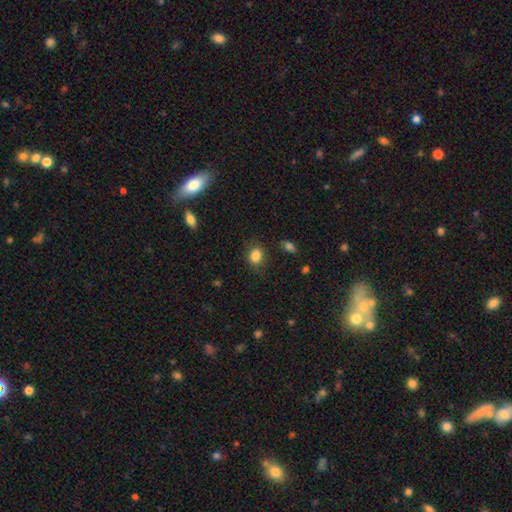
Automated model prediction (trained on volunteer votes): A smooth galaxy with no disk features (85%) that is in between round and cigar-shaped (56%).

Vote fractions:
- Smooth or featured? smooth: 85% / star or artifact: 10% / featured or disk: 5%
- How rounded? in between: 56% / round: 43% / cigar-shaped: 1%
- Merging? none: 78% / minor disturbance: 15% / major disturbance: 5% / merger: 2%